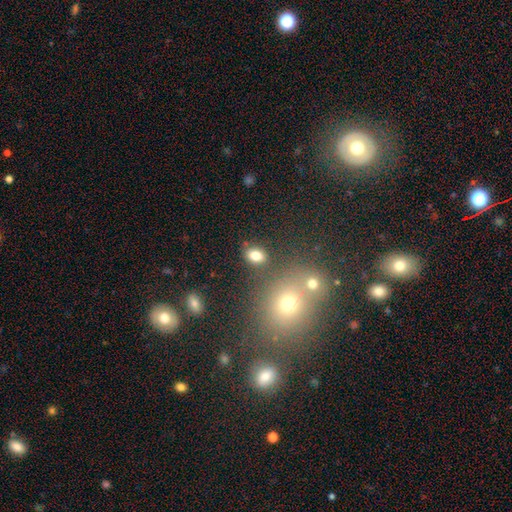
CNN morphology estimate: type=smooth (80%); roundness=in between (67%); merging=none (77%).